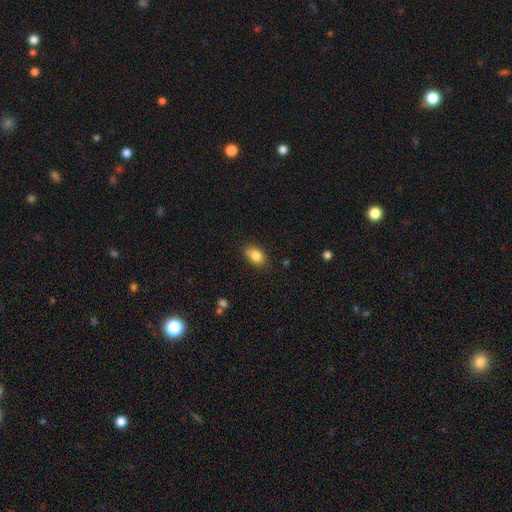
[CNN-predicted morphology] A smooth galaxy with no disk features (84%) that is in between round and cigar-shaped (81%). Merging: none (78%).